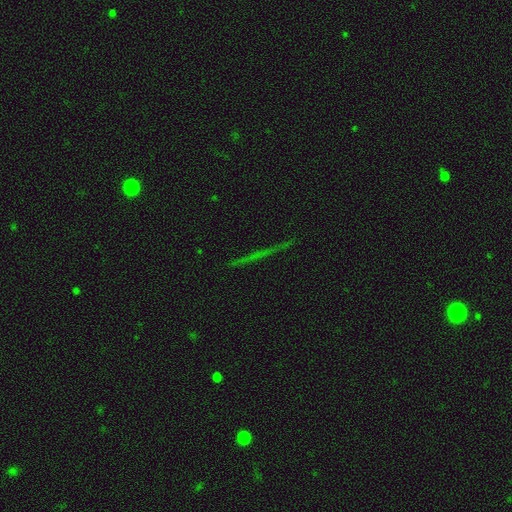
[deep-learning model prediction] smooth-or-featured: star or artifact: 43% | featured or disk: 38% | smooth: 19%